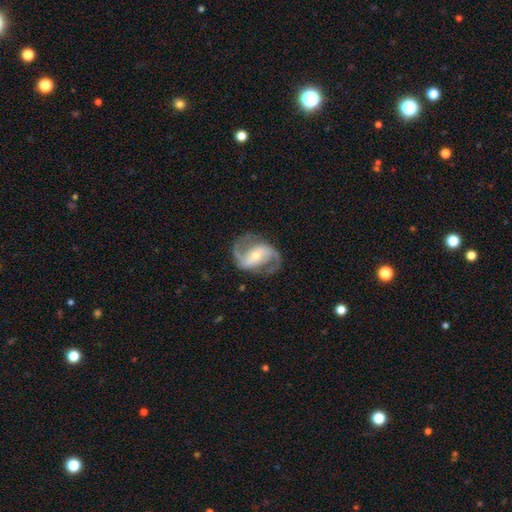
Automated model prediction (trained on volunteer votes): smooth_or_featured: featured or disk (p=0.90) [alt: smooth p=0.05]
disk_edge_on: no (p=0.97) [alt: yes p=0.03]
bar: weak (p=0.36) [alt: strong p=0.35]
has_spiral_arms: yes (p=0.97) [alt: no p=0.03]
spiral_winding: medium (p=0.49) [alt: loose p=0.39]
spiral_arm_count: 2 (p=0.93) [alt: can't tell p=0.02]
bulge_size: small (p=0.49) [alt: moderate p=0.45]
merging: none (p=0.79) [alt: minor disturbance p=0.13]